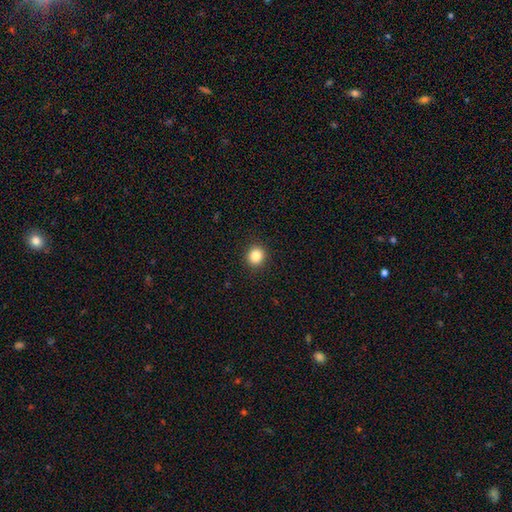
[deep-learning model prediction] Smooth or featured: smooth — 85% (star or artifact — 10%)
How rounded: round — 85% (in between — 14%)
Merging: none — 92% (minor disturbance — 6%)